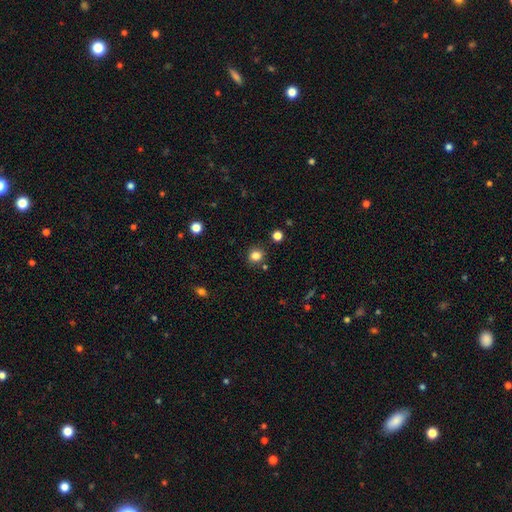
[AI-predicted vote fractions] Smooth or featured? Predicted: smooth (p=0.83). How rounded? Predicted: round (p=0.81). Merging? Predicted: none (p=0.85).